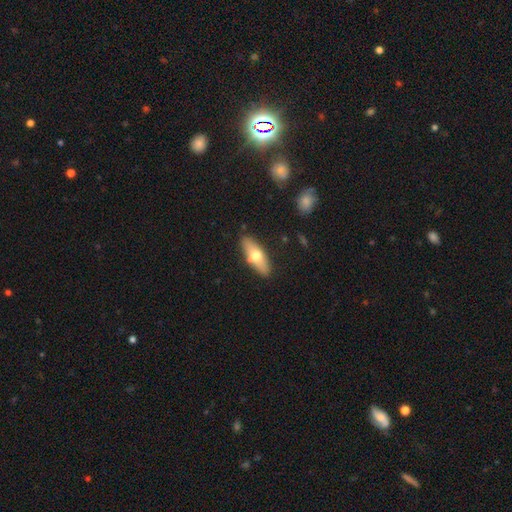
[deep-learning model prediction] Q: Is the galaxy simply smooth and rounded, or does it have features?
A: smooth — 60%.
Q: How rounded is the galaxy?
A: in between — 63%.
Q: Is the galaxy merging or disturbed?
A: none — 85%.